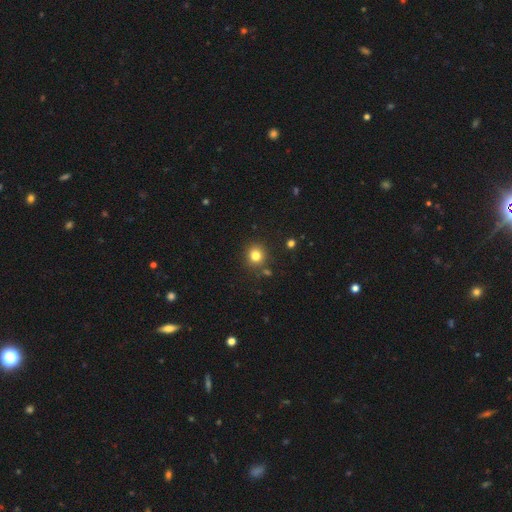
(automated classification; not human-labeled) Smooth or featured: smooth — 80% (star or artifact — 14%)
How rounded: round — 90% (in between — 9%)
Merging: none — 85% (minor disturbance — 8%)